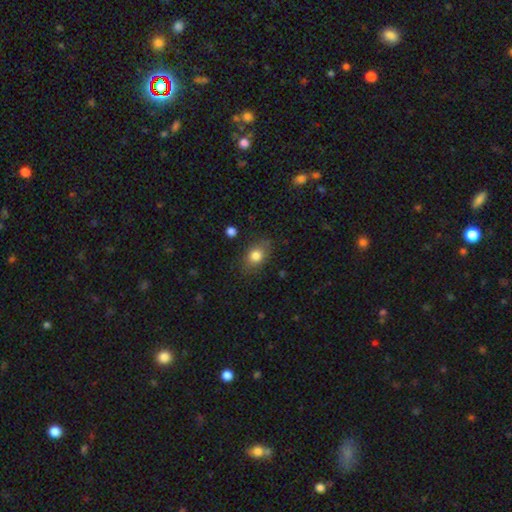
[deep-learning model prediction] Overall: smooth (81%). How rounded: in between (70%). Merging: none (80%).